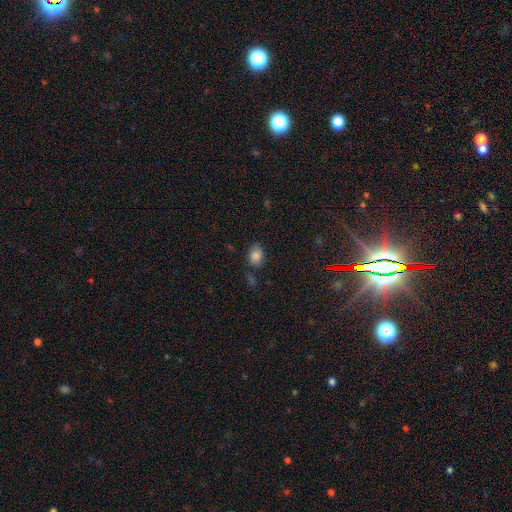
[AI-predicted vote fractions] The model was most divided on "how rounded": in between: 75%, round: 24%, cigar-shaped: 1%. More confident: smooth or featured — smooth (82%); merging — none (74%).